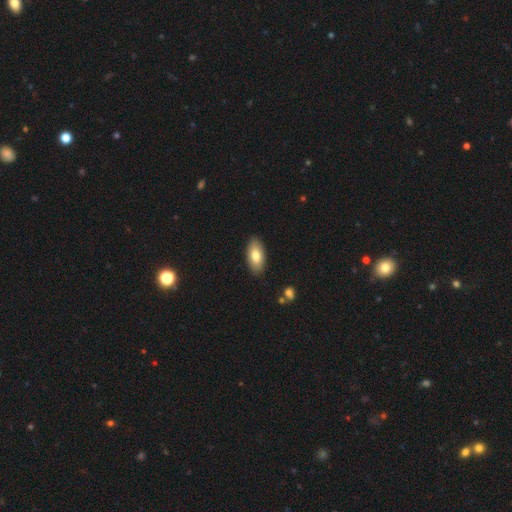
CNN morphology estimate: A smooth galaxy with no disk features (79%) that is in between round and cigar-shaped (92%). Merging: none (89%).